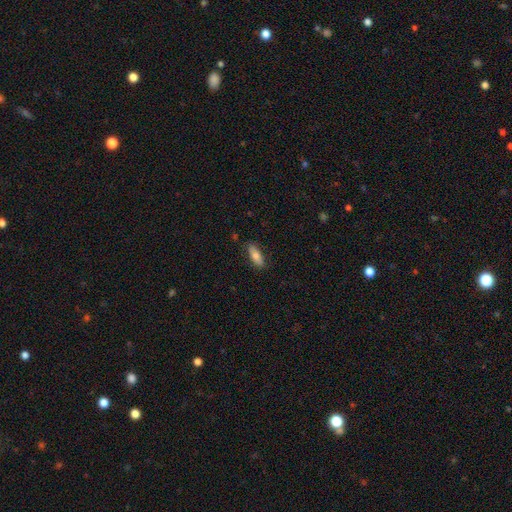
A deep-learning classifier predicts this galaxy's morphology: smooth-or-featured: smooth: 74% | featured or disk: 20% | star or artifact: 7%
  how-rounded: in between: 70% | cigar-shaped: 27% | round: 2%
  merging: none: 82% | minor disturbance: 14% | major disturbance: 3% | merger: 1%